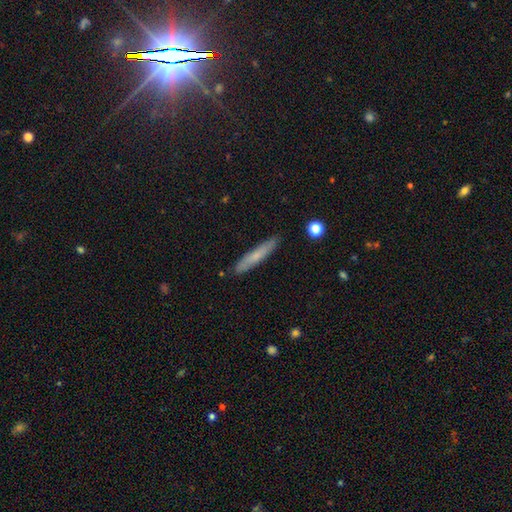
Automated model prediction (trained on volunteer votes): A smooth galaxy with no disk features (65%) that is cigar-shaped (94%).

Vote fractions:
- Smooth or featured? smooth: 65% / featured or disk: 29% / star or artifact: 6%
- How rounded? cigar-shaped: 94% / in between: 5% / round: 1%
- Merging? none: 88% / minor disturbance: 9% / major disturbance: 2% / merger: 1%